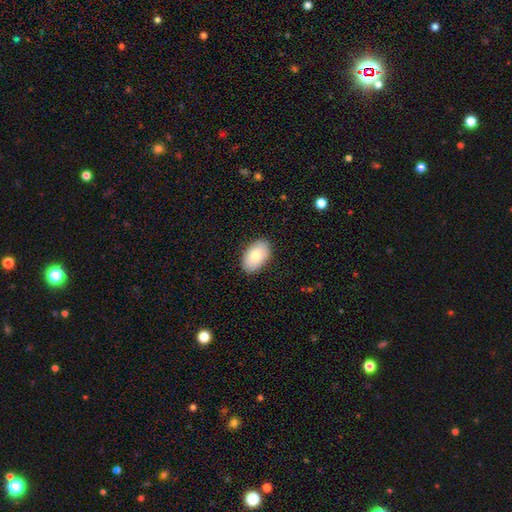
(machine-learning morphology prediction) The model was most divided on "smooth or featured": smooth: 79%, featured or disk: 14%, star or artifact: 6%. More confident: how rounded — in between (94%); merging — none (87%).